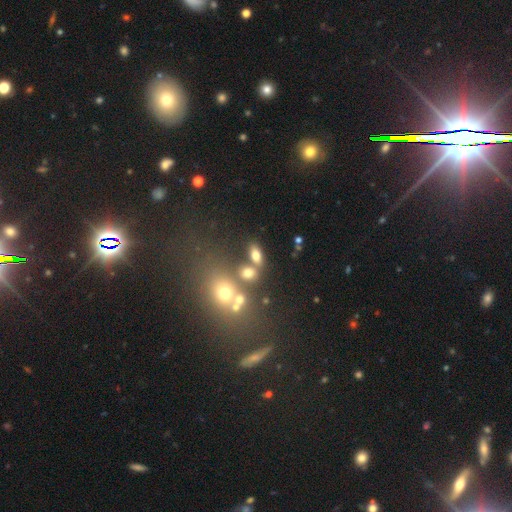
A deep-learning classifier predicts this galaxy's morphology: smooth_or_featured: smooth (p=0.68) [alt: featured or disk p=0.18]
how_rounded: in between (p=0.80) [alt: round p=0.13]
merging: none (p=0.57) [alt: merger p=0.25]